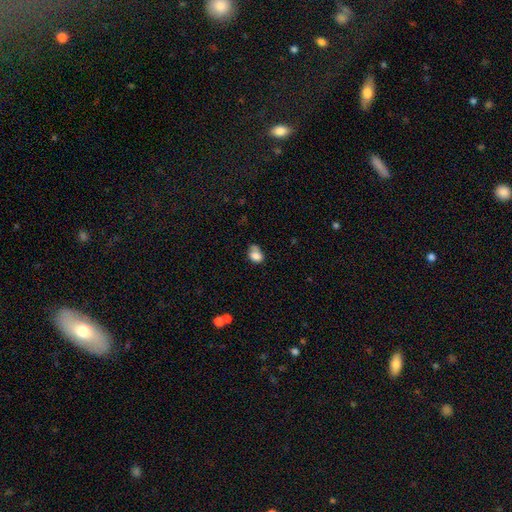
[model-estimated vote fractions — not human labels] Q: Smooth or featured?
A: smooth (79%); runner-up: featured or disk (12%)
Q: How rounded?
A: in between (68%); runner-up: round (31%)
Q: Merging?
A: none (38%); runner-up: minor disturbance (35%)